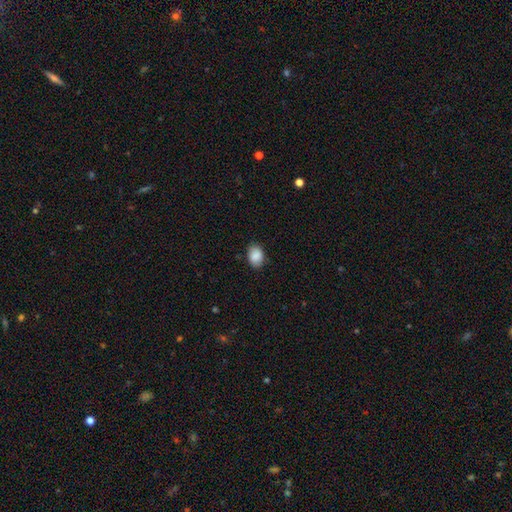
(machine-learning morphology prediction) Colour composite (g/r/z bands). It shows a smooth galaxy with no disk features (89%) that is in between round and cigar-shaped (79%). Merging: none (85%).